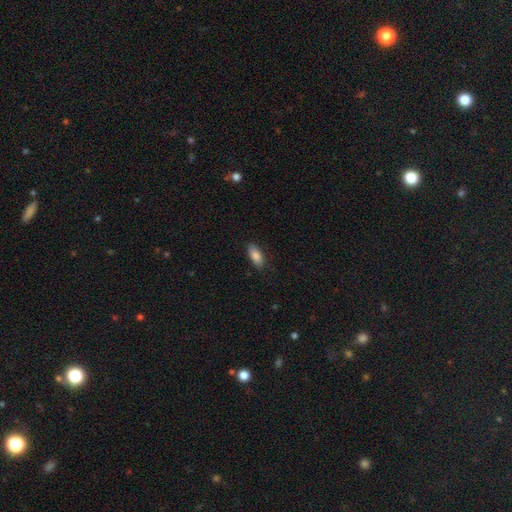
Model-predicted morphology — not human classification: A smooth galaxy with no disk features (85%) that is in between round and cigar-shaped (87%). Merging: none (85%).